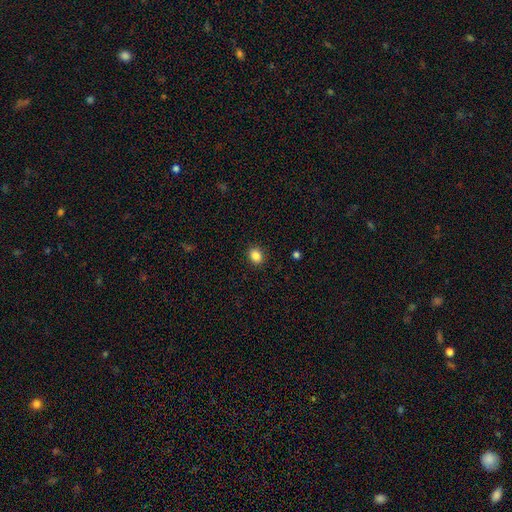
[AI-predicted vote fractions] Smooth or featured: smooth — 86% (star or artifact — 10%)
How rounded: round — 53% (in between — 46%)
Merging: none — 90% (minor disturbance — 7%)